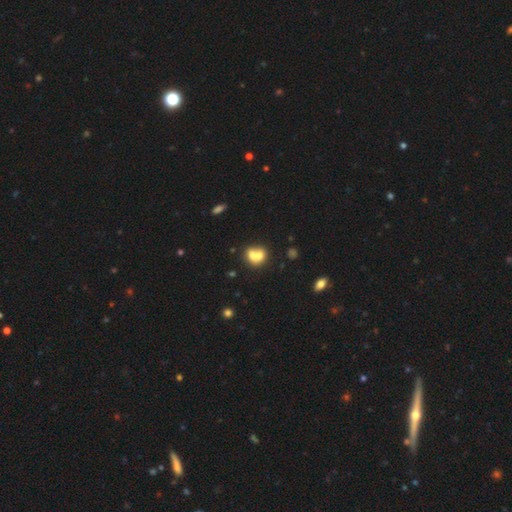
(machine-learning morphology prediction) This appears to be a smooth galaxy with no disk features (67%) that is round (59%). Merging: merger (67%).